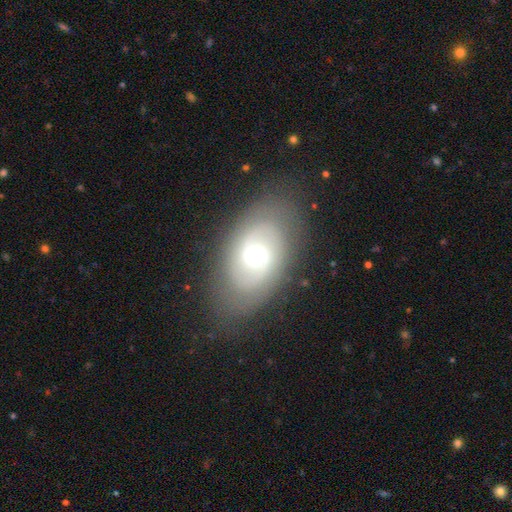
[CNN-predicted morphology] Smooth or featured?
  - featured or disk: 69% *
  - smooth: 23%
  - star or artifact: 8%
Edge-on disk?
  - no: 95% *
  - yes: 5%
Bar?
  - no: 61% *
  - weak: 32%
  - strong: 8%
Spiral arms?
  - yes: 81% *
  - no: 19%
Spiral winding?
  - tight: 44% *
  - medium: 39%
  - loose: 17%
Spiral arm count?
  - 2: 76% *
  - can't tell: 16%
  - 3: 3%
  - 1: 2%
  - 4: 2%
  - more than 4: 2%
Bulge size?
  - moderate: 55% *
  - small: 38%
  - large: 5%
  - dominant: 1%
  - none: 1%
Merging?
  - none: 82% *
  - minor disturbance: 12%
  - major disturbance: 5%
  - merger: 1%